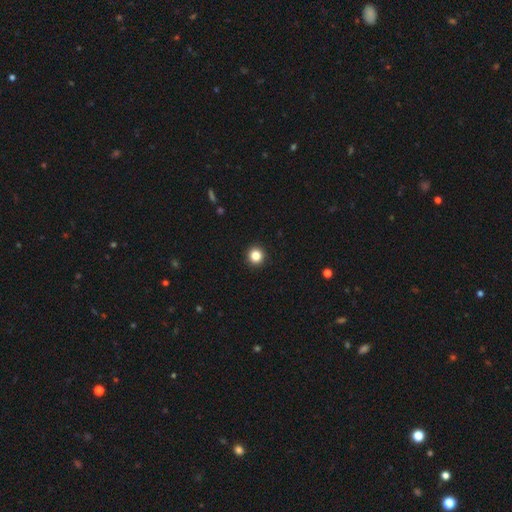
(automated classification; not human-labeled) smooth 84%, star or artifact 11%, featured or disk 4%. Down the decision tree: how rounded — round (95%); merging — none (94%).